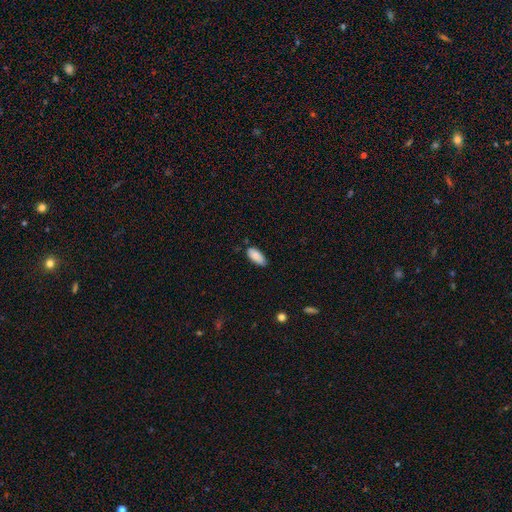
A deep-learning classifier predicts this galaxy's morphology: This appears to be a smooth galaxy with no disk features (87%) that is in between round and cigar-shaped (90%). Merging: none (75%).